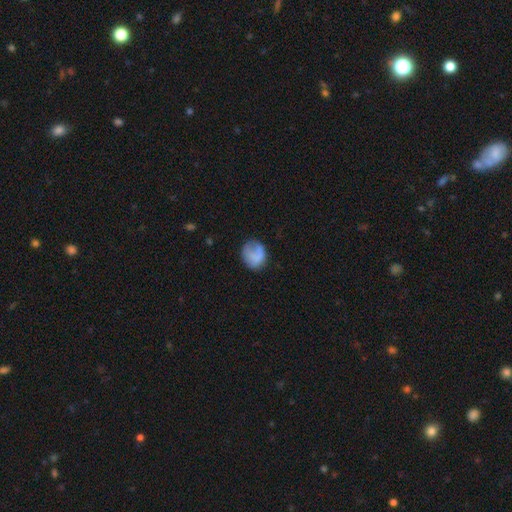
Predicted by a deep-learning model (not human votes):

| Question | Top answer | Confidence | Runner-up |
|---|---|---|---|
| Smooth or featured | smooth | 74% | featured or disk (17%) |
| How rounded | round | 71% | in between (28%) |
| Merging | none | 60% | minor disturbance (24%) |